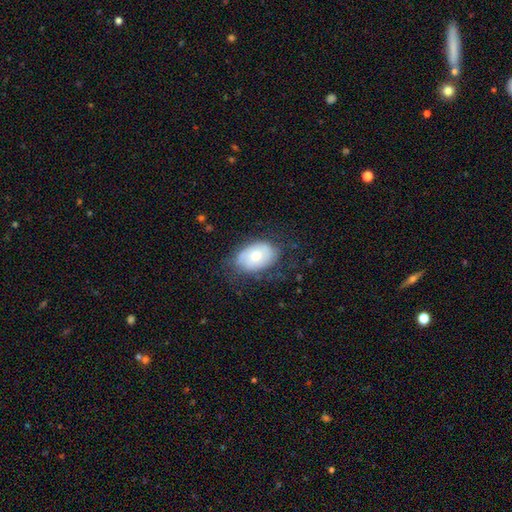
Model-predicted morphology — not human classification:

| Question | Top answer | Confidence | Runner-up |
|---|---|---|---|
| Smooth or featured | smooth | 60% | featured or disk (33%) |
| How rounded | in between | 85% | round (14%) |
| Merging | none | 68% | minor disturbance (23%) |